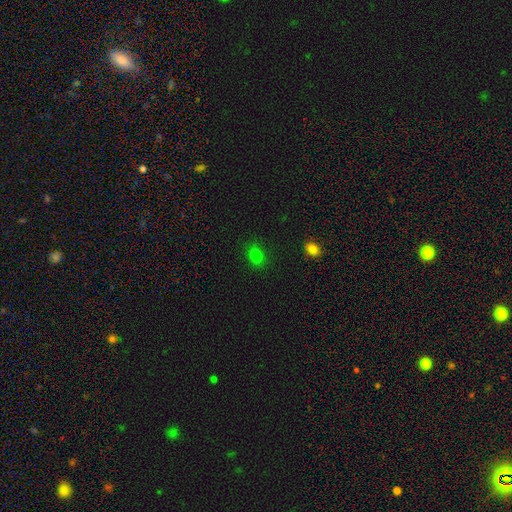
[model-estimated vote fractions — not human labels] smooth 78%, star or artifact 17%, featured or disk 5%. Down the decision tree: how rounded — round (51%); merging — none (85%).